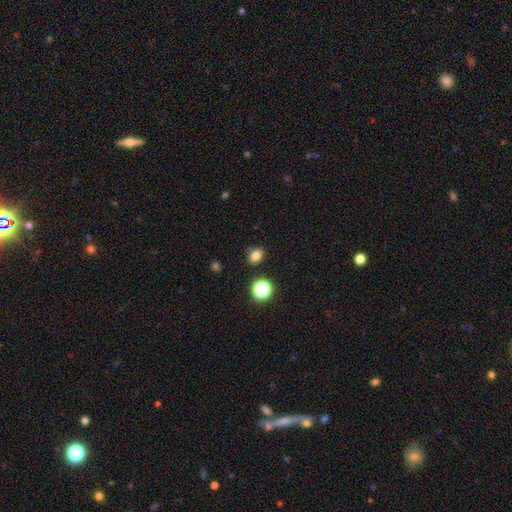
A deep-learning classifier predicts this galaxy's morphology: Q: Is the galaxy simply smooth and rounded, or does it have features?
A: smooth — 79%.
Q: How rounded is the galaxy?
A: in between — 54%.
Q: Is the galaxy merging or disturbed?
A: none — 81%.